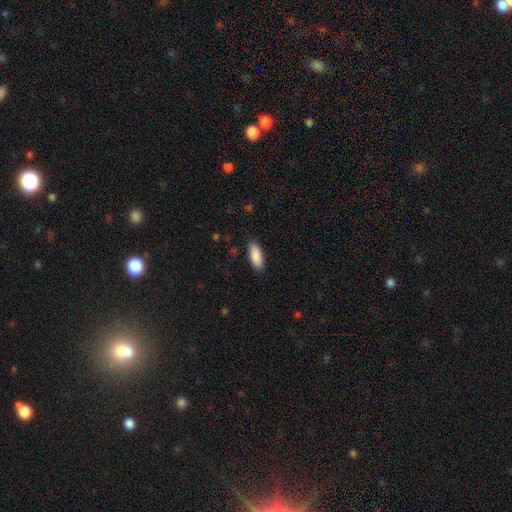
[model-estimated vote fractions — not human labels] This appears to be a smooth galaxy with no disk features (90%) that is in between round and cigar-shaped (76%). Merging: none (87%).